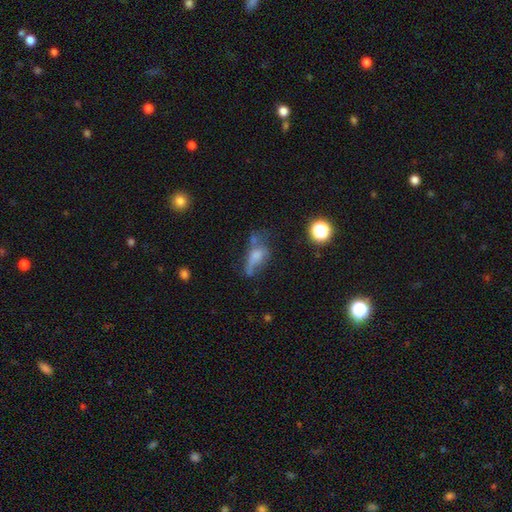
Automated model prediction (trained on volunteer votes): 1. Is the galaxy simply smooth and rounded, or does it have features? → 49% smooth, 34% featured or disk, 17% star or artifact.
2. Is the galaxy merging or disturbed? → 34% major disturbance, 27% none, 24% minor disturbance, 15% merger.